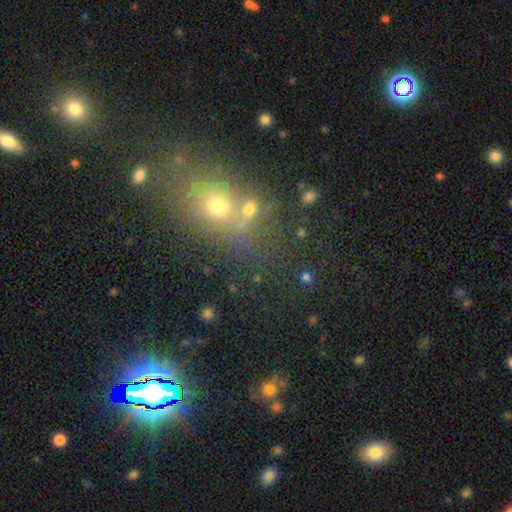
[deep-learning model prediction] A smooth galaxy with no disk features (44%). Merging: none (64%).